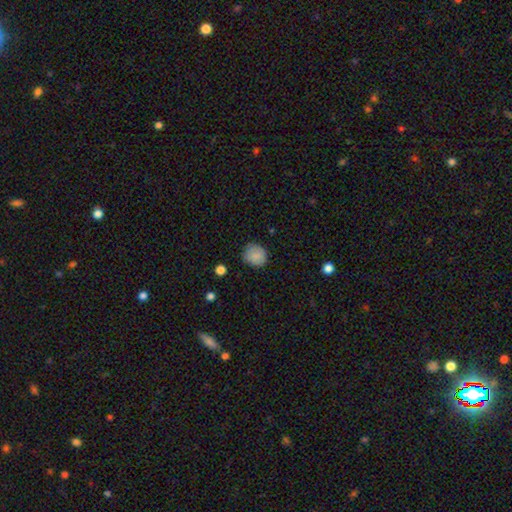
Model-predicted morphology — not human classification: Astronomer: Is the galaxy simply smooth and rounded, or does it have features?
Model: smooth — 86%.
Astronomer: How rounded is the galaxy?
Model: round — 79%.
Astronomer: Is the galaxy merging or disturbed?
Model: none — 79%.